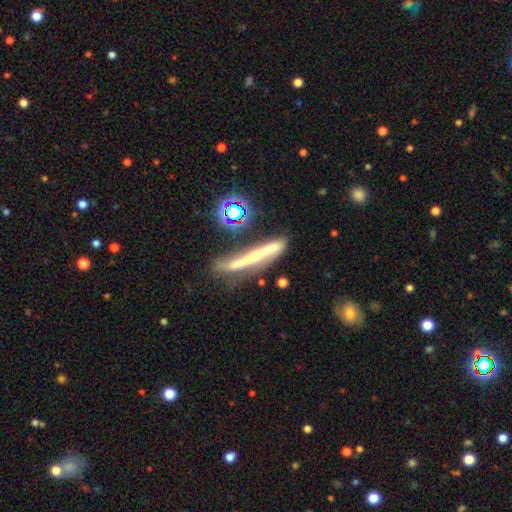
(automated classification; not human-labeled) smooth_or_featured: featured or disk (p=0.71) [alt: smooth p=0.19]
disk_edge_on: yes (p=0.86) [alt: no p=0.14]
edge_on_bulge: rounded (p=0.74) [alt: none p=0.20]
merging: none (p=0.63) [alt: minor disturbance p=0.22]